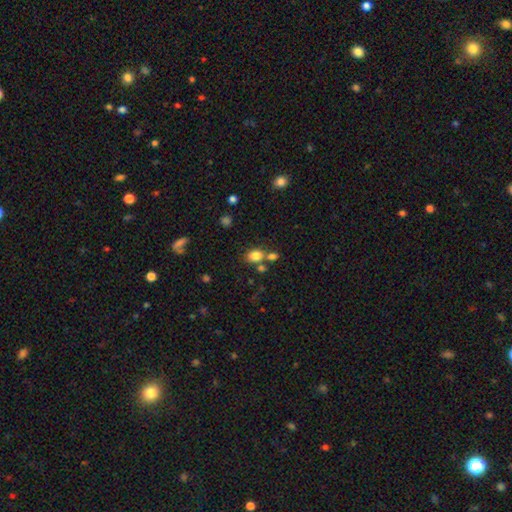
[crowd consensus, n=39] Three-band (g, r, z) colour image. It shows a smooth galaxy with no disk features (74%) that is in between round and cigar-shaped (52%). Merging: merger (44%).